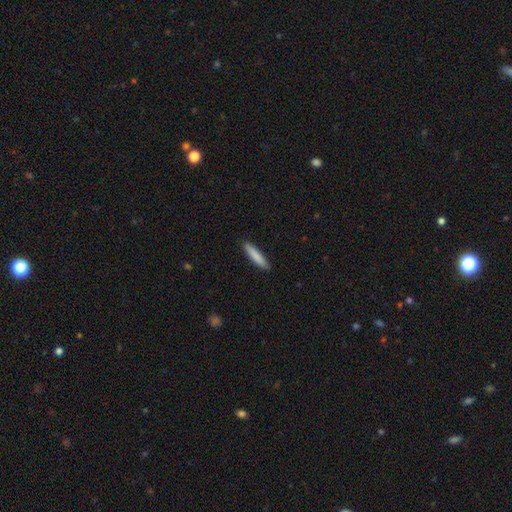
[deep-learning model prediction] This is clearly a smooth galaxy (85%). How rounded: clearly cigar-shaped (88%). Merging: clearly none (91%).